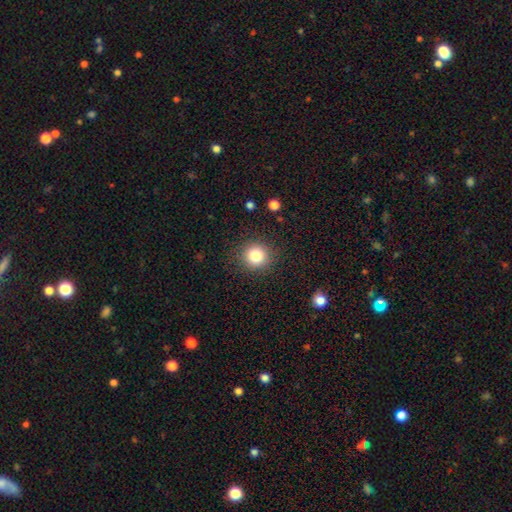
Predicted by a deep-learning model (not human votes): This is clearly a smooth galaxy (83%). How rounded: clearly round (92%). Merging: clearly none (89%).